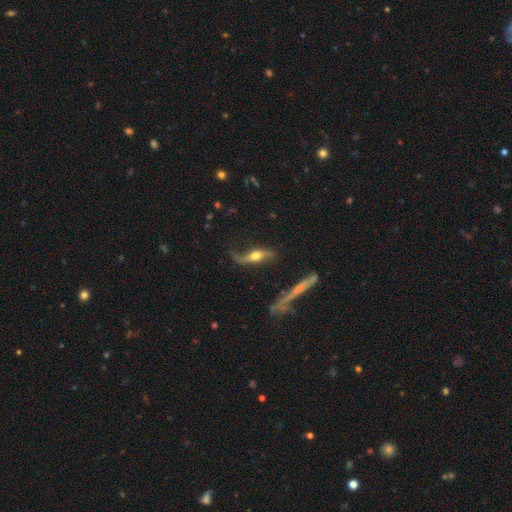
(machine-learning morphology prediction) The model was most divided on "edge-on disk": no: 59%, yes: 41%. More confident: smooth or featured — featured or disk (73%); merging — none (56%).